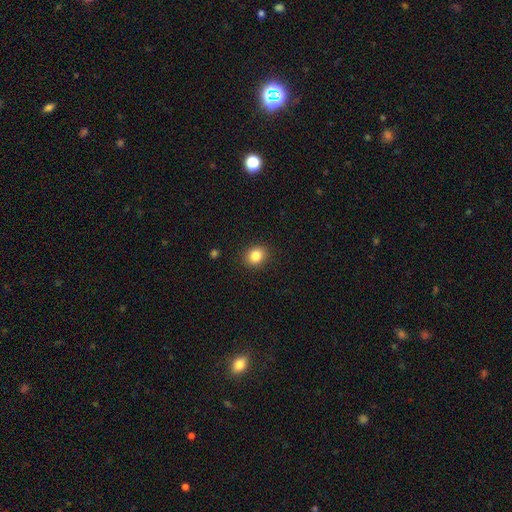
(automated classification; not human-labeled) Q: Smooth or featured?
A: smooth (84%); runner-up: star or artifact (11%)
Q: How rounded?
A: round (66%); runner-up: in between (33%)
Q: Merging?
A: none (89%); runner-up: minor disturbance (7%)